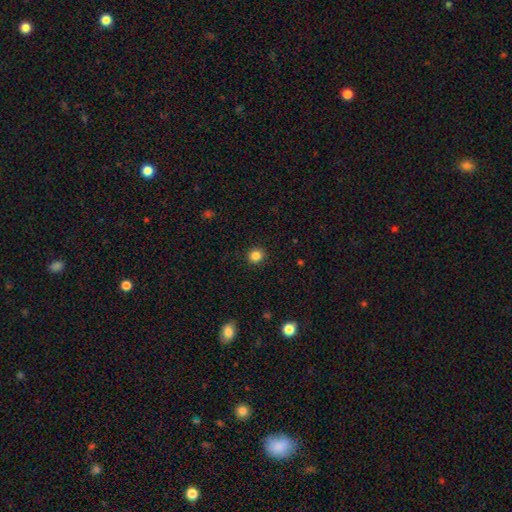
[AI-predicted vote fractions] Smooth or featured? Predicted: smooth (p=0.84). How rounded? Predicted: round (p=0.90). Merging? Predicted: none (p=0.92).